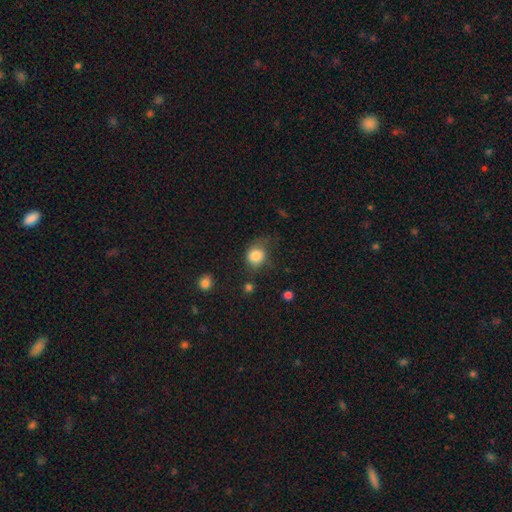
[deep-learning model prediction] A smooth galaxy with no disk features (83%) that is round (67%). Merging: none (52%).